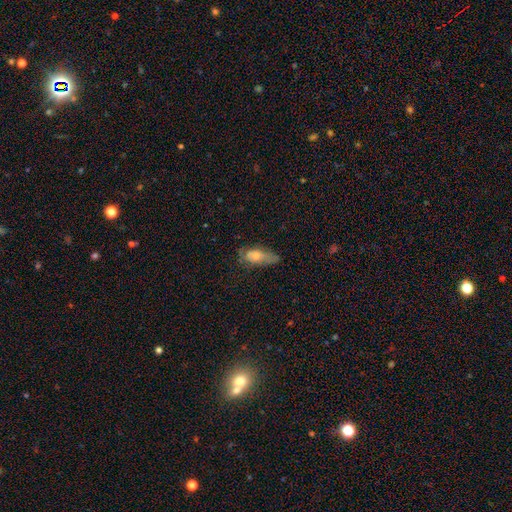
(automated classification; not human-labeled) Smooth or featured? Predicted: smooth (p=0.63). How rounded? Predicted: in between (p=0.79). Merging? Predicted: none (p=0.46).